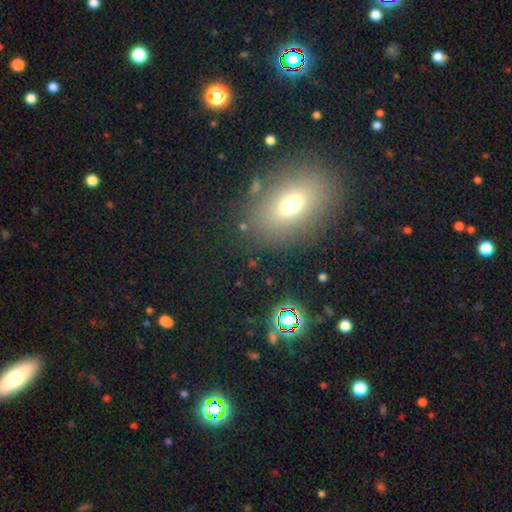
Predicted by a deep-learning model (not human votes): Q: Smooth or featured?
A: smooth (59%); runner-up: star or artifact (25%)
Q: How rounded?
A: in between (76%); runner-up: round (21%)
Q: Merging?
A: none (85%); runner-up: minor disturbance (8%)